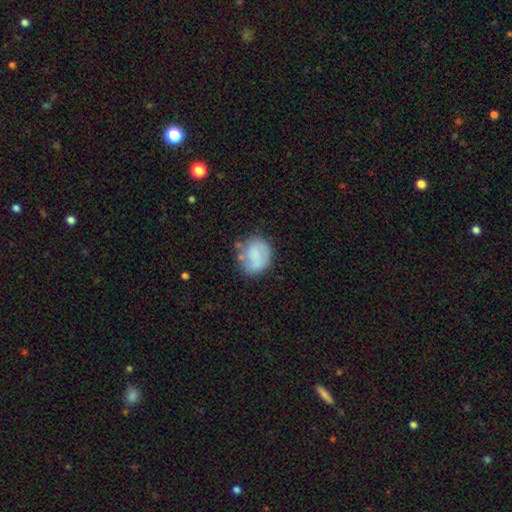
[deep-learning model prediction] Overall: smooth (69%). How rounded: round (61%; in between 38%). Merging: none (57%; minor disturbance 26%).